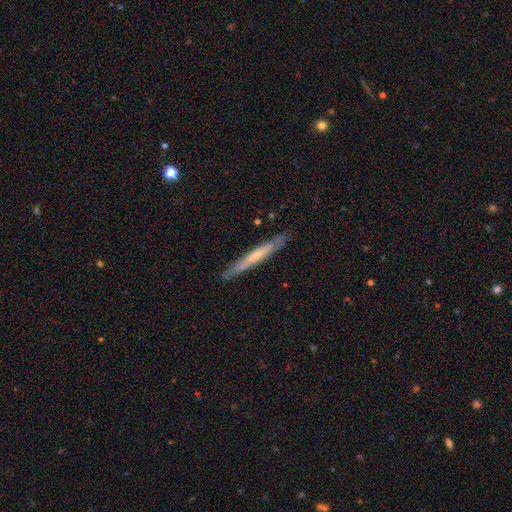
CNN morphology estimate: Smooth or featured? Predicted: featured or disk (p=0.48). Merging? Predicted: none (p=0.86).